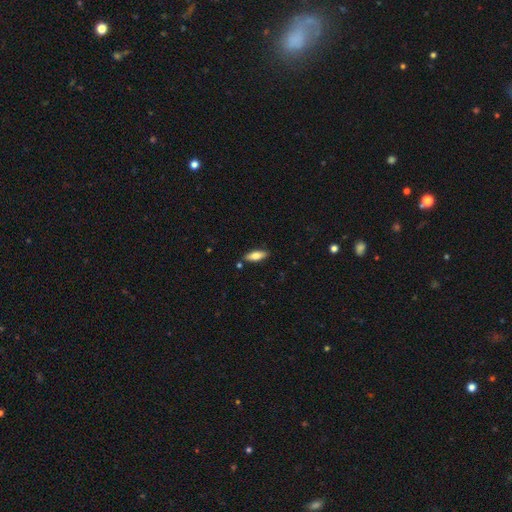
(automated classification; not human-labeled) smooth_or_featured: smooth (p=0.72) [alt: featured or disk p=0.22]
how_rounded: in between (p=0.64) [alt: cigar-shaped p=0.35]
merging: none (p=0.84) [alt: minor disturbance p=0.11]